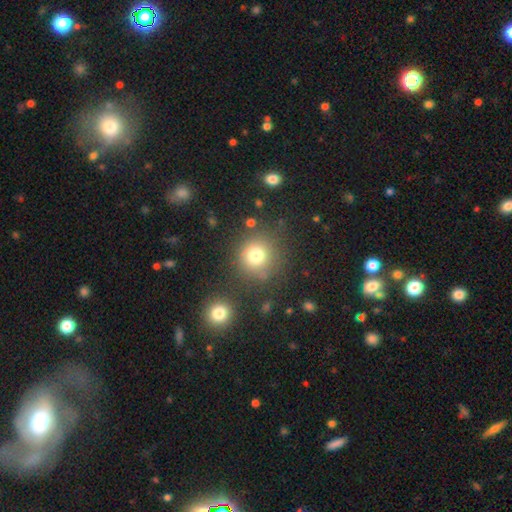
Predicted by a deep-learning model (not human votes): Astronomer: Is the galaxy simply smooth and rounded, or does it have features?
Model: smooth — 76%.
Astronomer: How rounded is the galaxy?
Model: round — 90%.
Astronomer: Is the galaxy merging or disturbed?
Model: none — 76%.